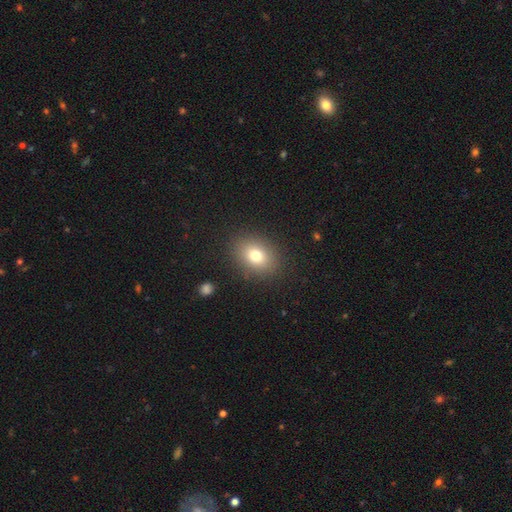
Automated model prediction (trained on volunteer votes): Smooth or featured? Predicted: smooth (p=0.76). How rounded? Predicted: in between (p=0.61). Merging? Predicted: none (p=0.87).